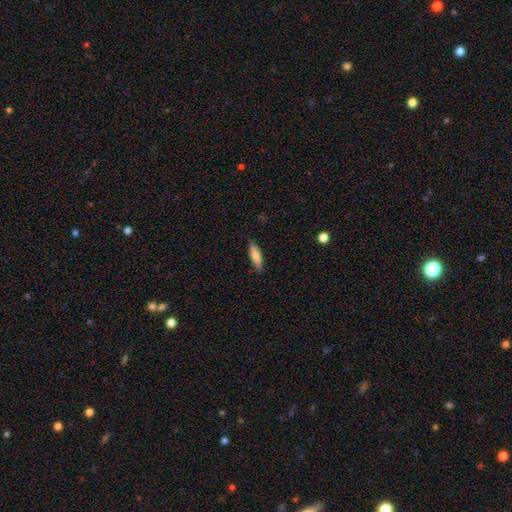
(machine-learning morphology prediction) Overall: smooth (76%). How rounded: cigar-shaped (57%; in between 41%). Merging: none (86%).